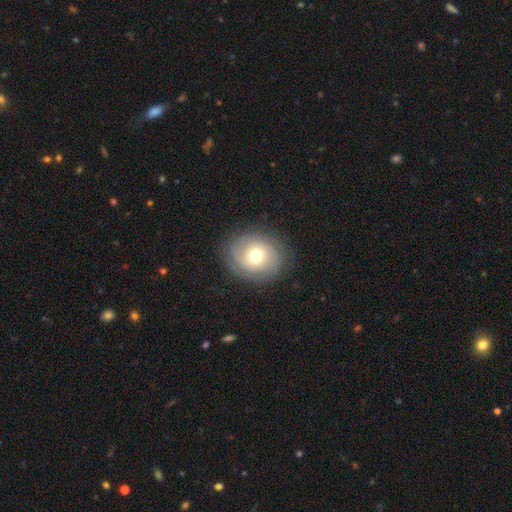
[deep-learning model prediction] featured or disk 48%, smooth 43%, star or artifact 9%. Down the decision tree: merging — none (83%).